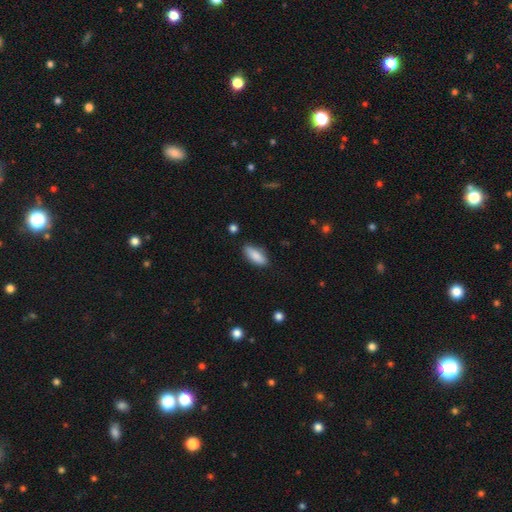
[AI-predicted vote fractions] A smooth galaxy with no disk features (86%) that is in between round and cigar-shaped (75%).

Vote fractions:
- Smooth or featured? smooth: 86% / featured or disk: 8% / star or artifact: 6%
- How rounded? in between: 75% / cigar-shaped: 23% / round: 2%
- Merging? none: 82% / minor disturbance: 14% / major disturbance: 3% / merger: 2%